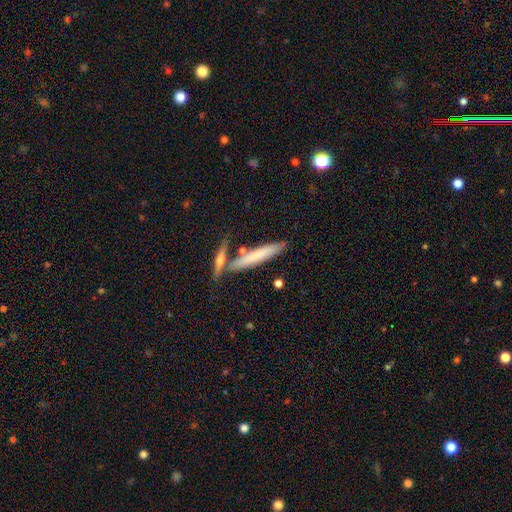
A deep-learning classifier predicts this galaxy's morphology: A smooth galaxy with no disk features (64%) that is cigar-shaped (89%). Merging: none (70%).